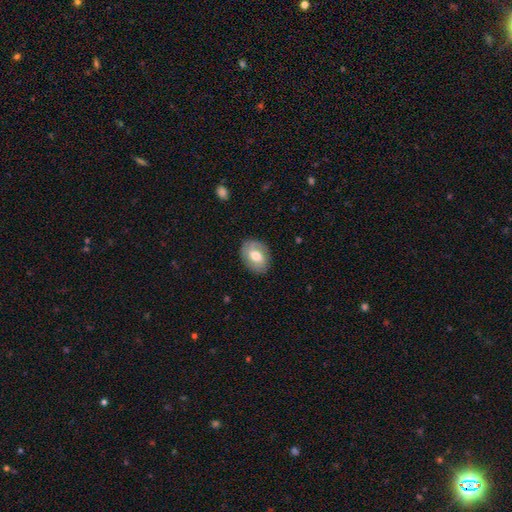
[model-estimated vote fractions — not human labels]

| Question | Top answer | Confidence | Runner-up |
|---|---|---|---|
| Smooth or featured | smooth | 60% | featured or disk (33%) |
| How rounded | in between | 71% | round (27%) |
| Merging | none | 82% | minor disturbance (13%) |